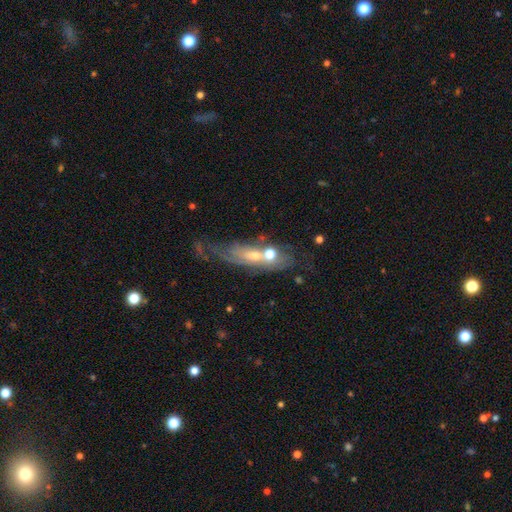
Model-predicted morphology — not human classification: smooth_or_featured: featured or disk (p=0.59) [alt: smooth p=0.31]
disk_edge_on: no (p=0.68) [alt: yes p=0.32]
merging: none (p=0.37) [alt: merger p=0.24]